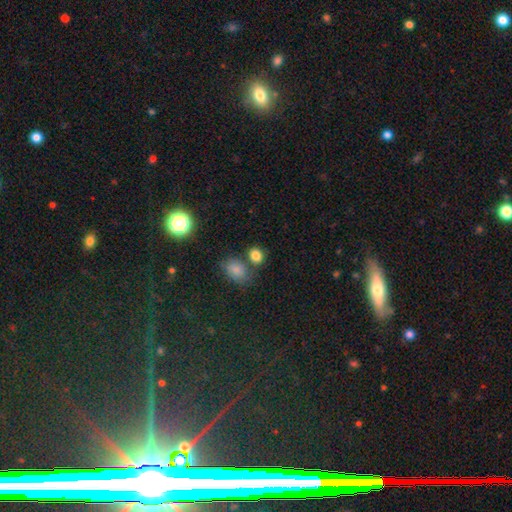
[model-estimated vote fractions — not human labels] A smooth galaxy with no disk features (82%) that is round (57%).

Vote fractions:
- Smooth or featured? smooth: 82% / star or artifact: 13% / featured or disk: 6%
- How rounded? round: 57% / in between: 42% / cigar-shaped: 1%
- Merging? none: 64% / merger: 20% / minor disturbance: 12% / major disturbance: 4%